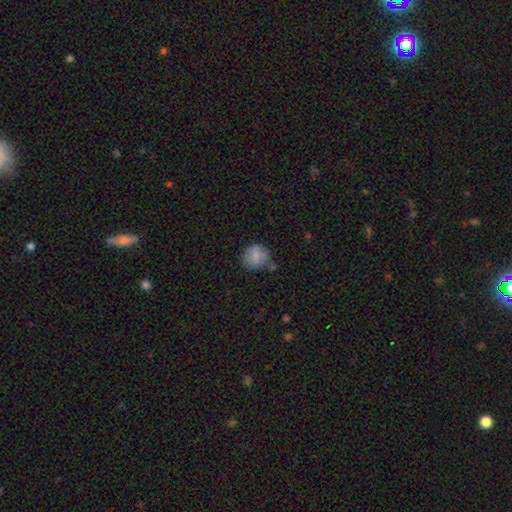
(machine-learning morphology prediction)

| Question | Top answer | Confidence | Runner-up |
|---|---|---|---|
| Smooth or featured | smooth | 80% | featured or disk (11%) |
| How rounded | round | 76% | in between (23%) |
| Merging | none | 65% | minor disturbance (23%) |